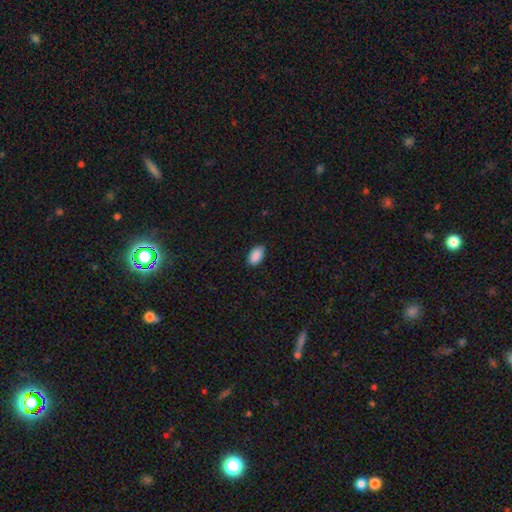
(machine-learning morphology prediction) type=smooth (90%); roundness=in between (94%); merging=none (84%).